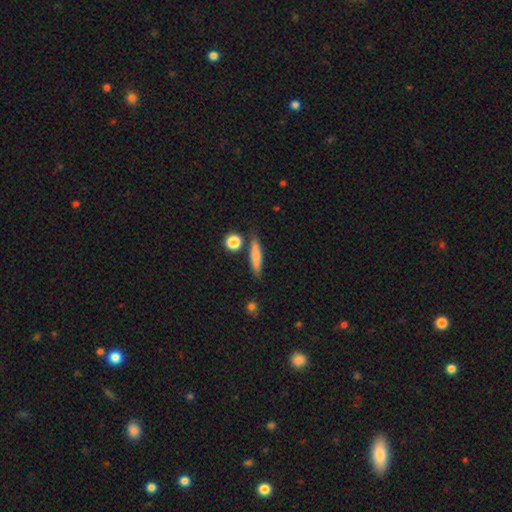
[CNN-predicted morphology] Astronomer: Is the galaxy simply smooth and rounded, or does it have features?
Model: smooth — 76%.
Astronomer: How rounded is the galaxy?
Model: cigar-shaped — 80%.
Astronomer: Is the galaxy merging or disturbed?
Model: none — 80%.